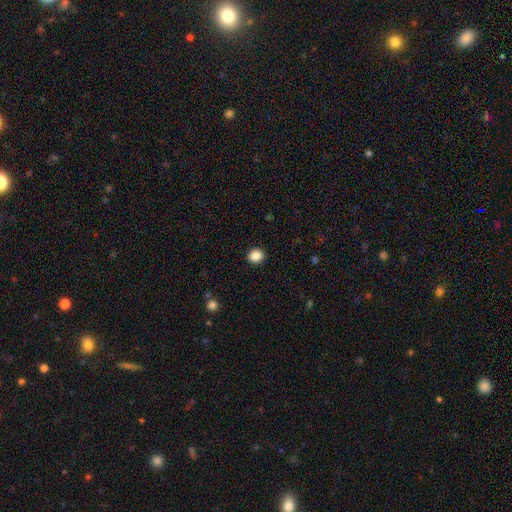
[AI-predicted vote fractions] Smooth or featured: smooth — 88% (star or artifact — 10%)
How rounded: round — 74% (in between — 25%)
Merging: none — 92% (minor disturbance — 6%)